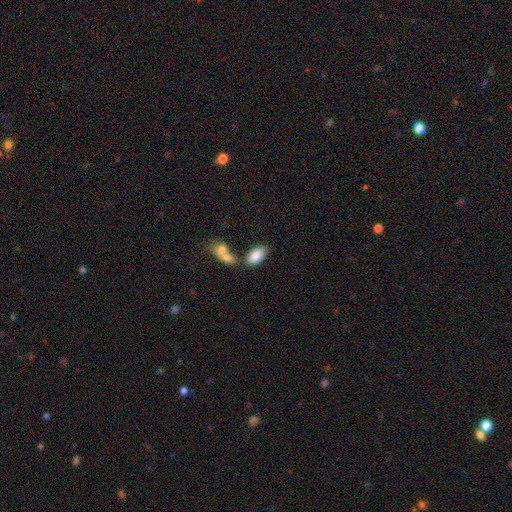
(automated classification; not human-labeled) smooth-or-featured: smooth: 85% | featured or disk: 8% | star or artifact: 7%
  how-rounded: in between: 94% | round: 3% | cigar-shaped: 3%
  merging: none: 60% | merger: 24% | minor disturbance: 12% | major disturbance: 4%